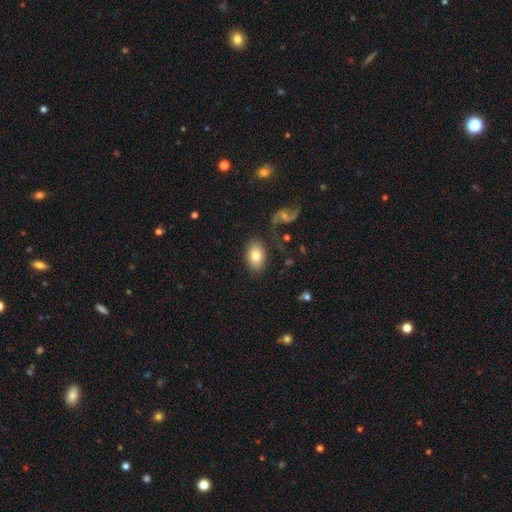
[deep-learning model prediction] smooth-or-featured: smooth: 77% | featured or disk: 15% | star or artifact: 7%
  how-rounded: in between: 88% | round: 11% | cigar-shaped: 1%
  merging: none: 80% | minor disturbance: 12% | major disturbance: 4% | merger: 4%